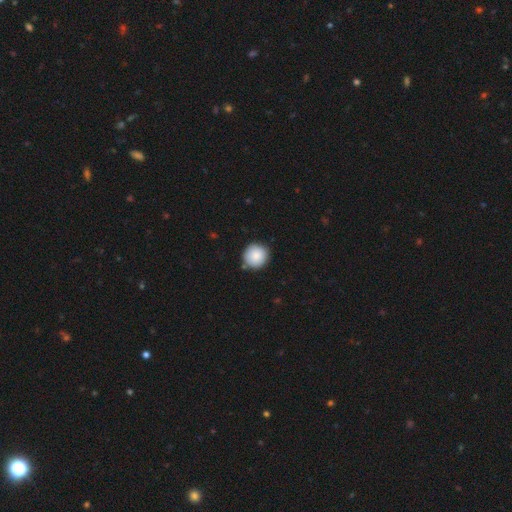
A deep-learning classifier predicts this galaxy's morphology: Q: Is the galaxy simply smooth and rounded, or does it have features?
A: smooth — 87%.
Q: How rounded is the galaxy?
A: round — 94%.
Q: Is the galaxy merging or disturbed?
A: none — 85%.